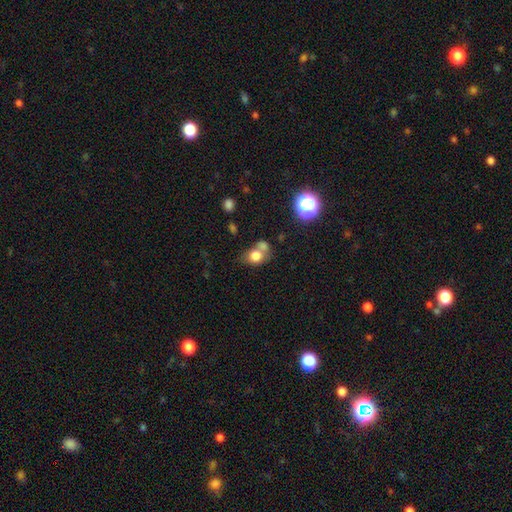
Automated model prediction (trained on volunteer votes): smooth 76%, star or artifact 12%, featured or disk 12%. Down the decision tree: how rounded — round (60%); merging — merger (43%).